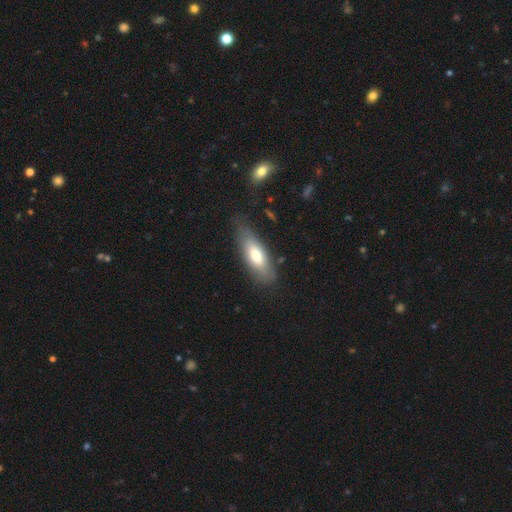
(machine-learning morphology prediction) Smooth or featured? smooth (67%)
How rounded? in between (69%)
Merging? none (73%)